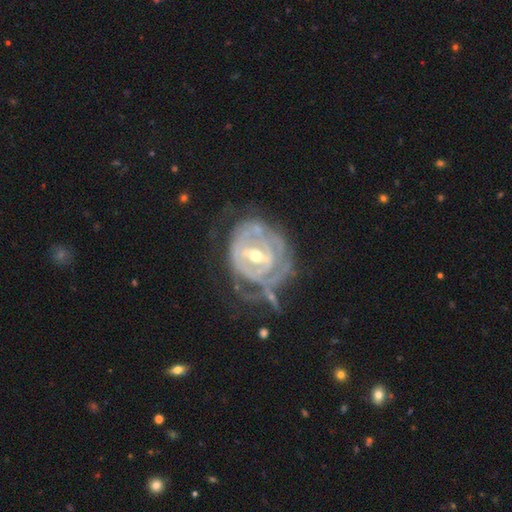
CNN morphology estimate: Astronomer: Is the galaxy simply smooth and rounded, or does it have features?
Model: featured or disk — 84%.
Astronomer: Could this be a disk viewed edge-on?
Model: no — 96%.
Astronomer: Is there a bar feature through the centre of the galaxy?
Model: weak — 46% (runner-up: strong, 36%).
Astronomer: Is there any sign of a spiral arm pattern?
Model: yes — 76%.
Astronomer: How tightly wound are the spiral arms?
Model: tight — 71%.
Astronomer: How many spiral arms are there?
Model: can't tell — 51%.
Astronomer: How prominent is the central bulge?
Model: moderate — 58% (runner-up: small, 37%).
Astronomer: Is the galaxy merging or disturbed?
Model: none — 41% (runner-up: major disturbance, 29%).